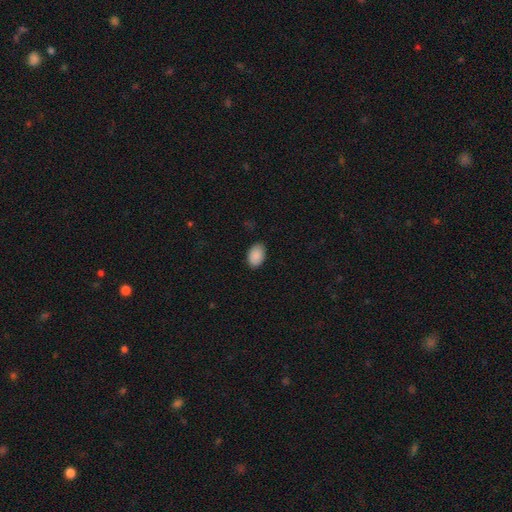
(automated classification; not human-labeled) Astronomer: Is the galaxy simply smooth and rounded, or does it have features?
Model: smooth — 90%.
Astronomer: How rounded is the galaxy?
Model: in between — 89%.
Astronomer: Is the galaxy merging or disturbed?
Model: none — 86%.